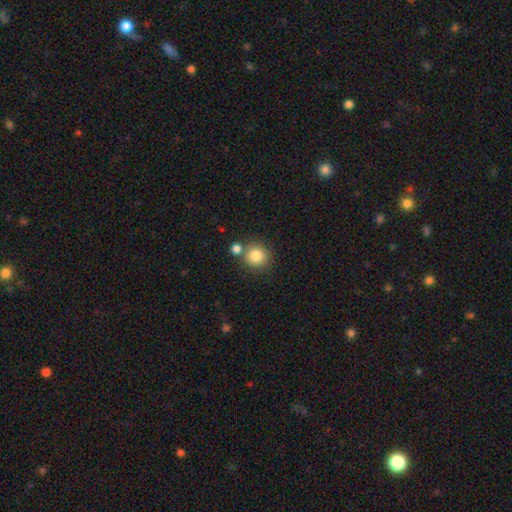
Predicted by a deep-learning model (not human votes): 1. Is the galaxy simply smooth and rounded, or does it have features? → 83% smooth, 10% star or artifact, 7% featured or disk.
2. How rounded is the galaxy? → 90% round, 9% in between, 1% cigar-shaped.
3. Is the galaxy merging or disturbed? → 71% none, 18% merger, 9% minor disturbance, 3% major disturbance.